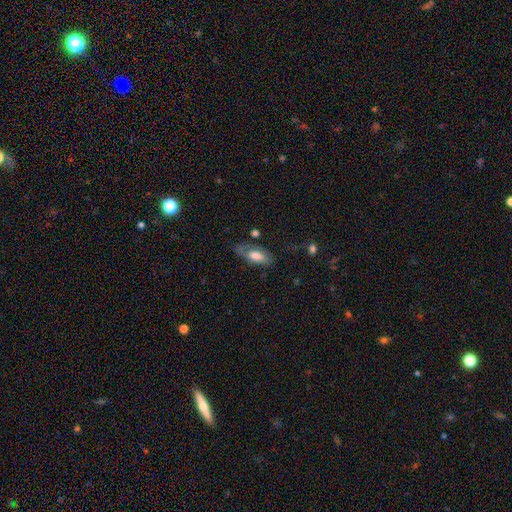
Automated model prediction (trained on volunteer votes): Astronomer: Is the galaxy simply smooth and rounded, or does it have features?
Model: smooth — 60%.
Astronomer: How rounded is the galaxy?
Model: in between — 83%.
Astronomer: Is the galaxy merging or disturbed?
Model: none — 52% (runner-up: minor disturbance, 27%).